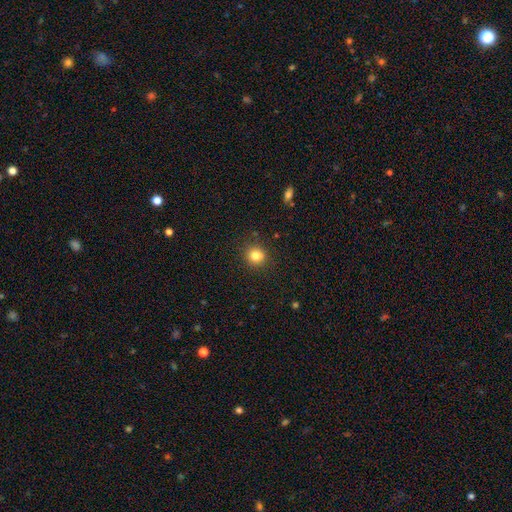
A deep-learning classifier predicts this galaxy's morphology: smooth 82%, star or artifact 12%, featured or disk 6%. Down the decision tree: how rounded — round (86%); merging — none (88%).